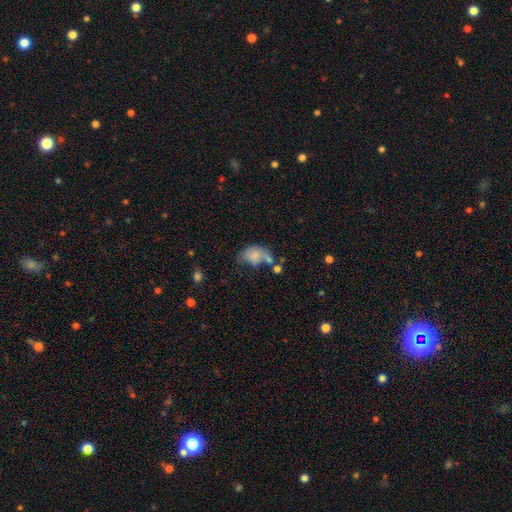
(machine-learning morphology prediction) Q: Smooth or featured?
A: smooth (71%); runner-up: featured or disk (18%)
Q: How rounded?
A: in between (69%); runner-up: round (29%)
Q: Merging?
A: none (27%); runner-up: minor disturbance (26%)